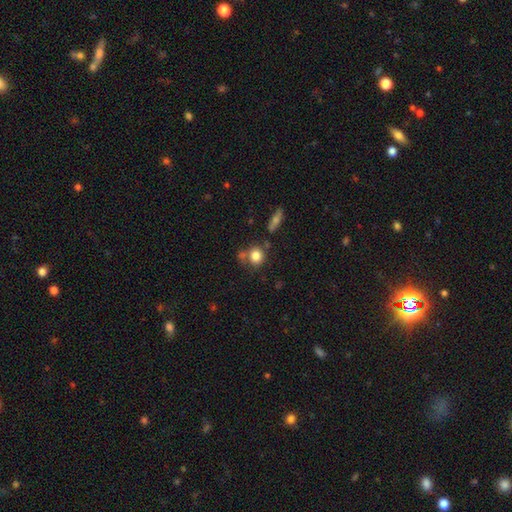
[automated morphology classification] Q: Smooth or featured?
A: smooth (82%); runner-up: star or artifact (10%)
Q: How rounded?
A: round (78%); runner-up: in between (20%)
Q: Merging?
A: none (61%); runner-up: merger (19%)